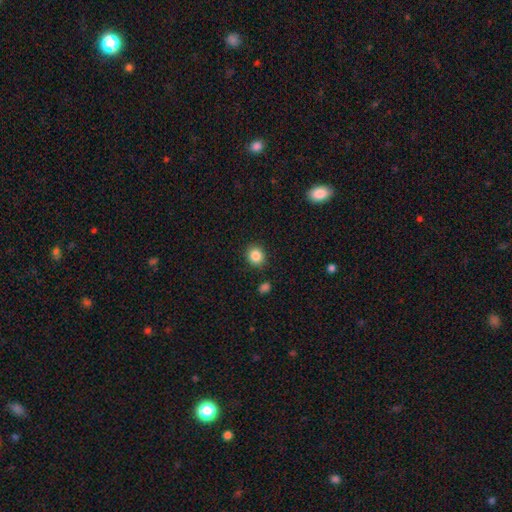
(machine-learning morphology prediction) This appears to be a smooth galaxy with no disk features (86%) that is round (82%). Merging: none (88%).